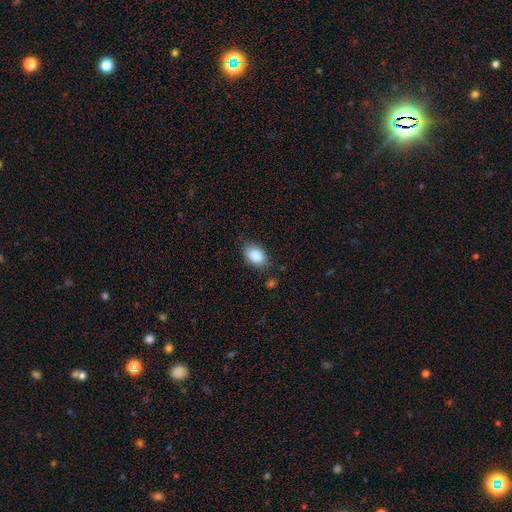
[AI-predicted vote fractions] Q: Smooth or featured?
A: smooth (86%); runner-up: star or artifact (7%)
Q: How rounded?
A: in between (88%); runner-up: round (11%)
Q: Merging?
A: none (80%); runner-up: minor disturbance (15%)